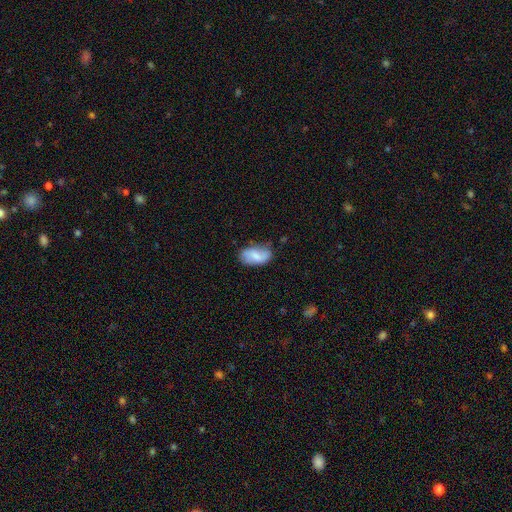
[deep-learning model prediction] smooth_or_featured: smooth (p=0.67) [alt: featured or disk p=0.26]
how_rounded: in between (p=0.93) [alt: round p=0.05]
merging: none (p=0.60) [alt: minor disturbance p=0.30]